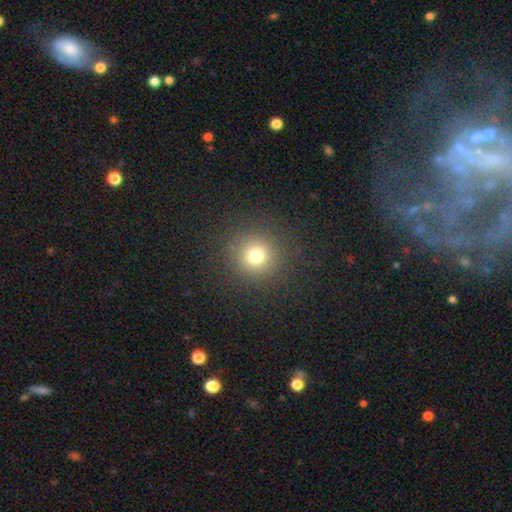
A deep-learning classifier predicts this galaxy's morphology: Smooth or featured?
  - smooth: 74% *
  - star or artifact: 18%
  - featured or disk: 8%
How rounded?
  - round: 94% *
  - in between: 5%
  - cigar-shaped: 1%
Merging?
  - none: 89% *
  - minor disturbance: 6%
  - major disturbance: 4%
  - merger: 1%